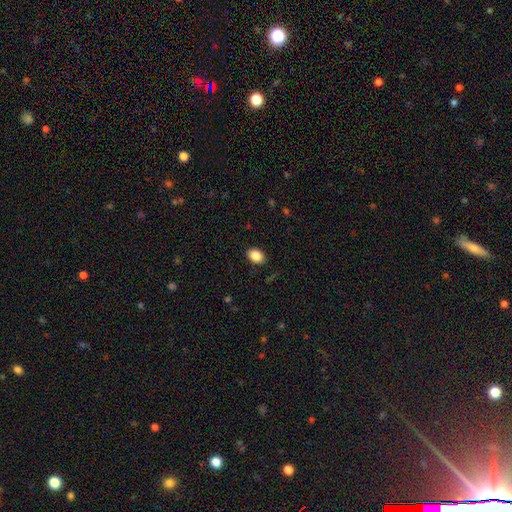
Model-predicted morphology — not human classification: Smooth or featured? Predicted: smooth (p=0.87). How rounded? Predicted: in between (p=0.78). Merging? Predicted: none (p=0.88).